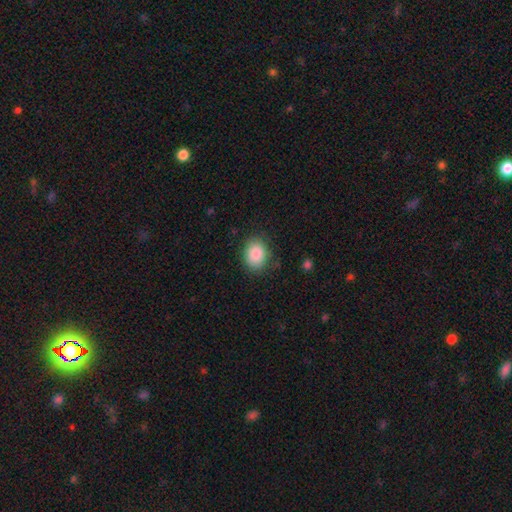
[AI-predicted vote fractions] Morphology: type=smooth (87%); roundness=in between (56%); merging=none (83%).